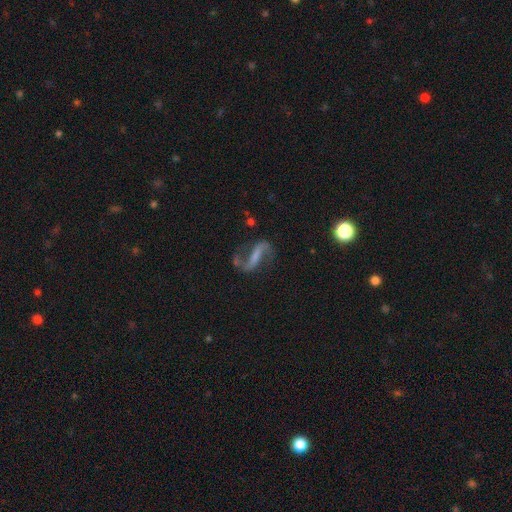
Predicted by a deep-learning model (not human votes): Smooth or featured? Predicted: featured or disk (p=0.85). Edge-on disk? Predicted: no (p=0.94). Bar? Predicted: strong (p=0.58). Spiral arms? Predicted: yes (p=0.95). Spiral winding? Predicted: loose (p=0.68). Spiral arm count? Predicted: 2 (p=0.92). Bulge size? Predicted: none (p=0.48). Merging? Predicted: none (p=0.71).